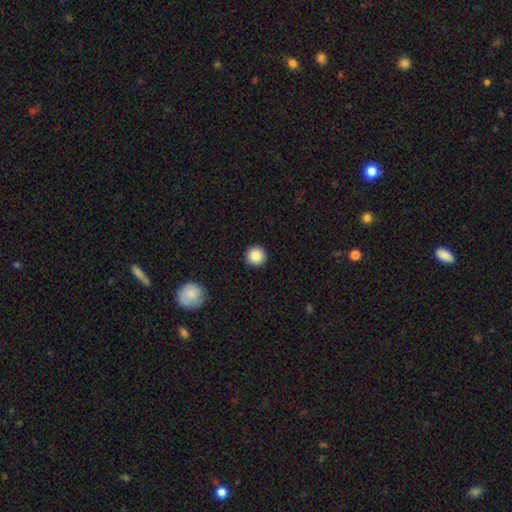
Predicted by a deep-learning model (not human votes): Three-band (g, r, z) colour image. It shows a smooth galaxy with no disk features (87%) that is round (96%). Merging: none (93%).